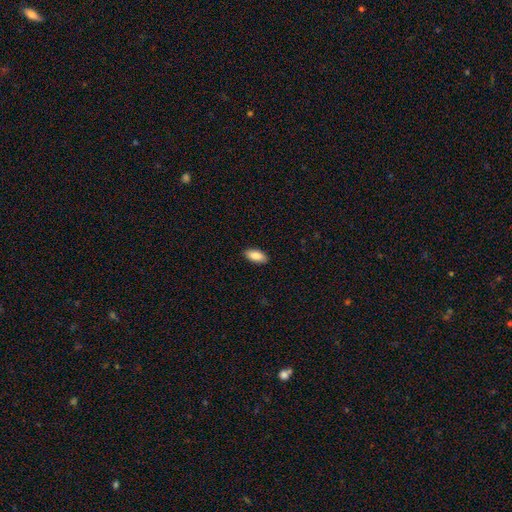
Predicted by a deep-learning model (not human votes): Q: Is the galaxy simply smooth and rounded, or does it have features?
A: smooth — 88%.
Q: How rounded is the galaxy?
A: in between — 90%.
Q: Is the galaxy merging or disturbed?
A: none — 89%.